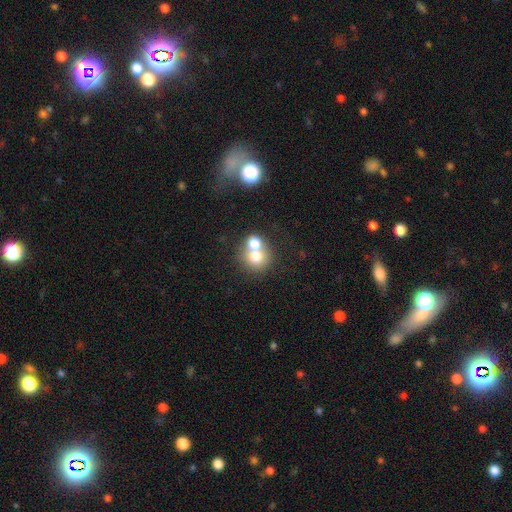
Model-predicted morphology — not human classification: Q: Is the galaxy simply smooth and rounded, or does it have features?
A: smooth — 70%.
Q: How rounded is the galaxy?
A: round — 83%.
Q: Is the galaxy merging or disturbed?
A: merger — 54%.